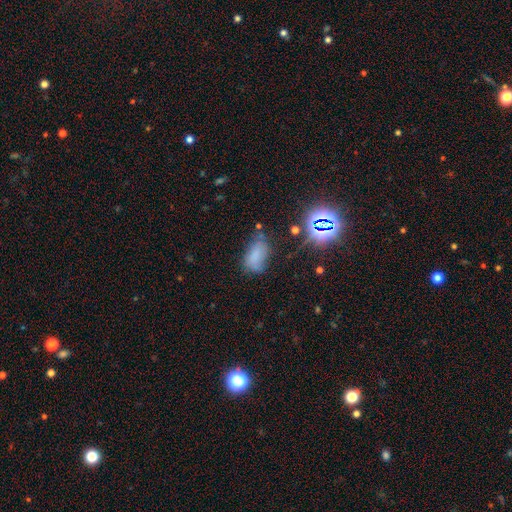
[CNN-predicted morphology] This appears to be a smooth galaxy with no disk features (65%) that is in between round and cigar-shaped (89%). Merging: none (50%).